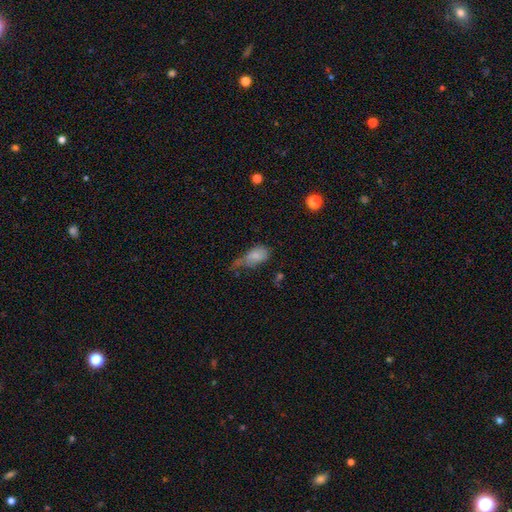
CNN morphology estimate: Smooth or featured: smooth — 74% (featured or disk — 17%)
How rounded: in between — 89% (round — 7%)
Merging: minor disturbance — 37% (major disturbance — 34%)